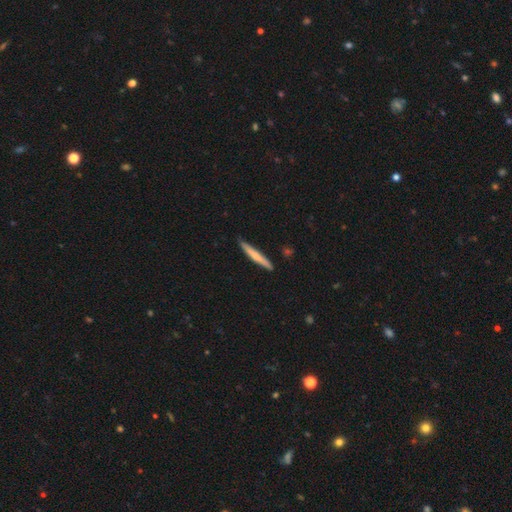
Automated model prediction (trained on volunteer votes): A smooth galaxy with no disk features (62%) that is cigar-shaped (95%).

Vote fractions:
- Smooth or featured? smooth: 62% / featured or disk: 33% / star or artifact: 5%
- How rounded? cigar-shaped: 95% / in between: 4% / round: 1%
- Merging? none: 88% / minor disturbance: 9% / major disturbance: 1% / merger: 1%